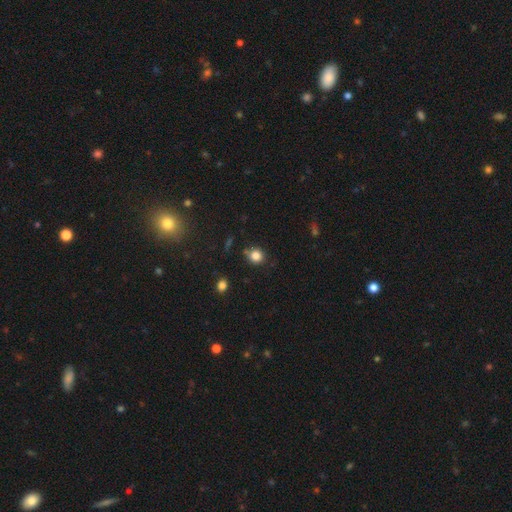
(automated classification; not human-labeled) This appears to be a smooth galaxy with no disk features (82%) that is round (83%). Merging: none (79%).